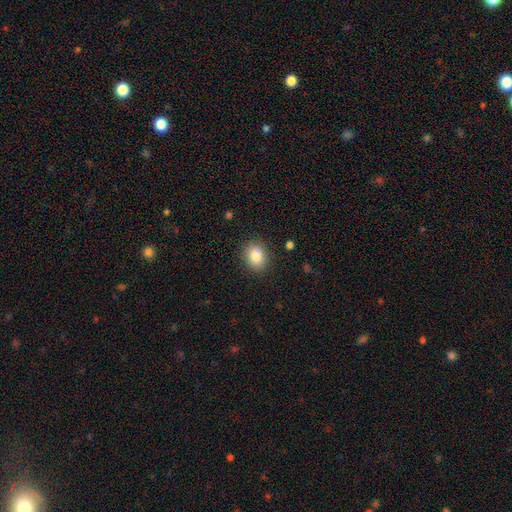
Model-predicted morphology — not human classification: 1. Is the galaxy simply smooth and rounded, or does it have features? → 85% smooth, 9% star or artifact, 6% featured or disk.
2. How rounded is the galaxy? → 52% in between, 47% round, 1% cigar-shaped.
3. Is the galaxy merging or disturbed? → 88% none, 9% minor disturbance, 3% major disturbance, 1% merger.